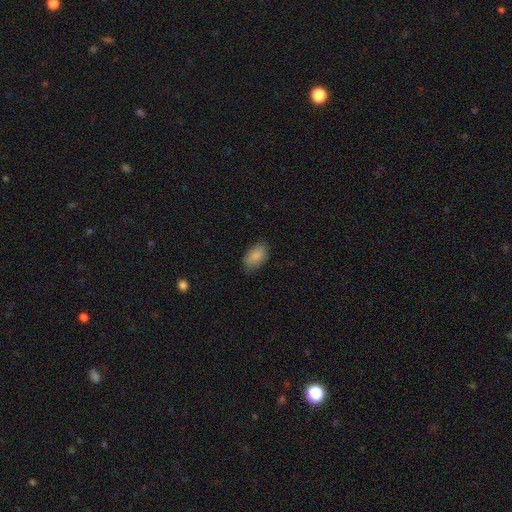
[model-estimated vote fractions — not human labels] Morphology: type=smooth (87%); roundness=in between (93%); merging=none (81%).